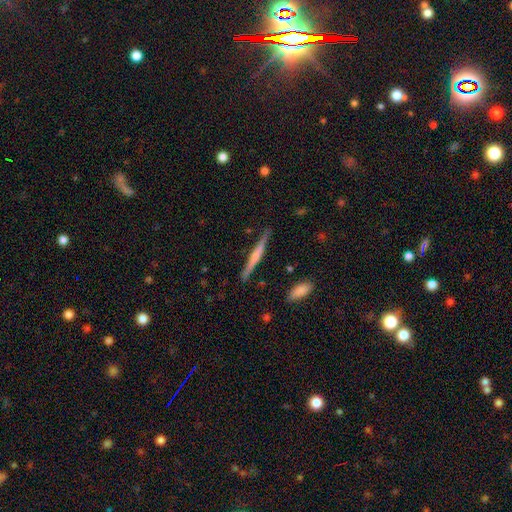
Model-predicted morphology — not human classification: Overall: featured or disk (57%; smooth 37%). Edge-on disk: yes (98%). Edge-on bulge: rounded (54%; none 31%). Merging: none (87%).